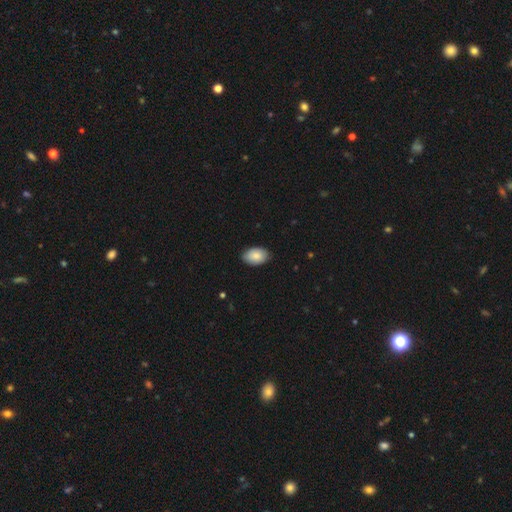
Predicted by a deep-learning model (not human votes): smooth_or_featured: smooth (p=0.86) [alt: featured or disk p=0.08]
how_rounded: in between (p=0.91) [alt: round p=0.07]
merging: none (p=0.86) [alt: minor disturbance p=0.11]